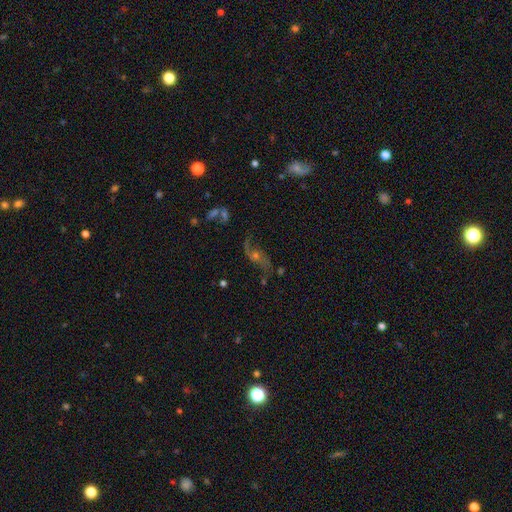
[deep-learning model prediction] featured or disk 72%, star or artifact 15%, smooth 13%. Down the decision tree: edge-on disk — no (90%); bar — no (69%); spiral arms — yes (88%); spiral arm count — 2 (86%); spiral winding — loose (81%); bulge size — small (45%); merging — none (62%).